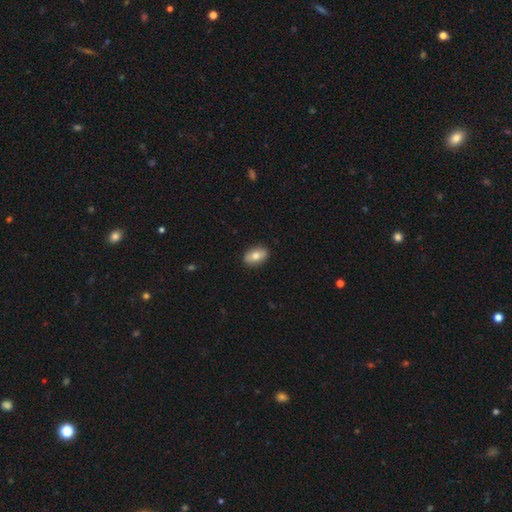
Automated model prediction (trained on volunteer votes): smooth 73%, featured or disk 20%, star or artifact 7%. Down the decision tree: how rounded — in between (88%); merging — none (89%).